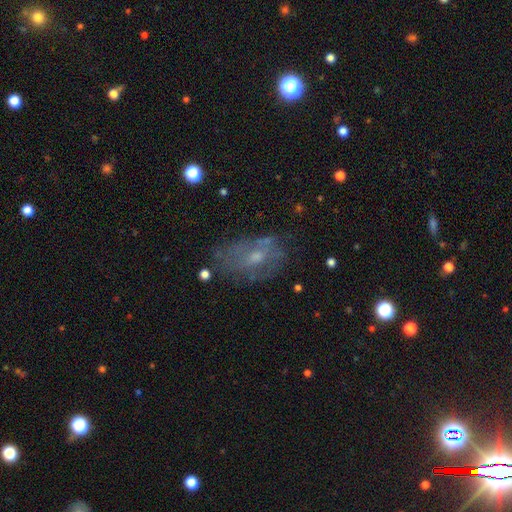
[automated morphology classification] featured or disk 52%, smooth 35%, star or artifact 13%. Down the decision tree: edge-on disk — no (93%); merging — none (54%).